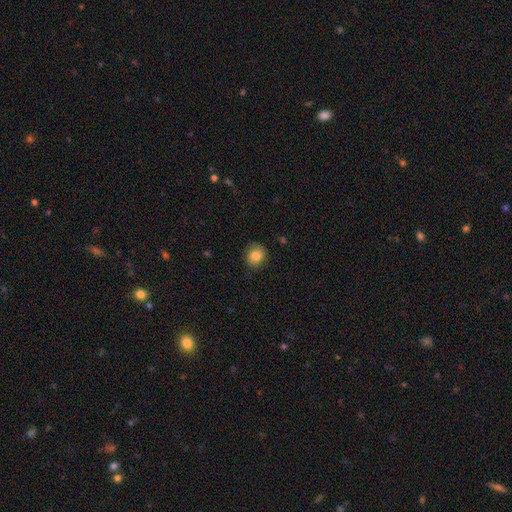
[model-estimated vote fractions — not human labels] This appears to be a smooth galaxy with no disk features (84%) that is round (78%). Merging: none (81%).